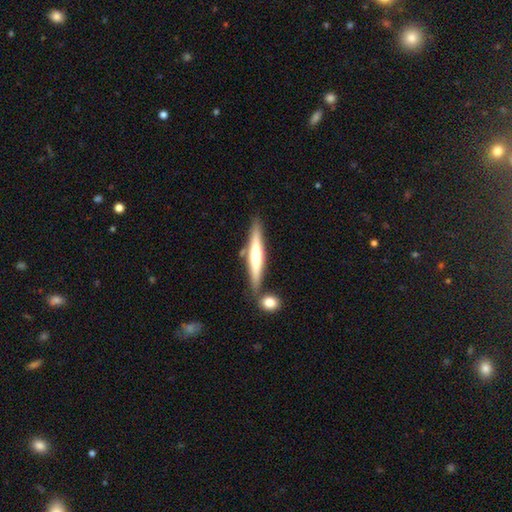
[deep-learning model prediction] Smooth or featured? Predicted: featured or disk (p=0.51). Edge-on disk? Predicted: yes (p=0.94). Merging? Predicted: none (p=0.74).